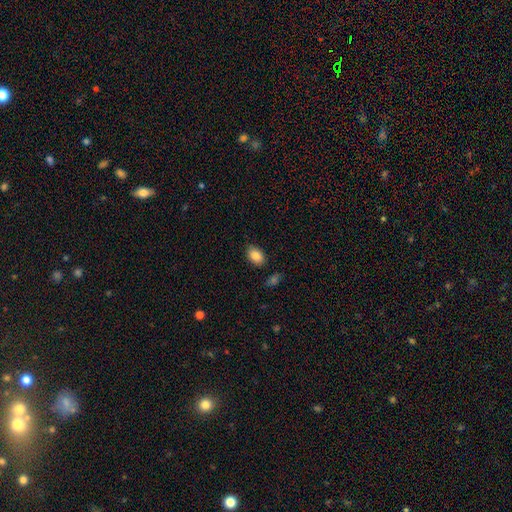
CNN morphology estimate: Overall: smooth (86%). How rounded: in between (86%). Merging: none (86%).